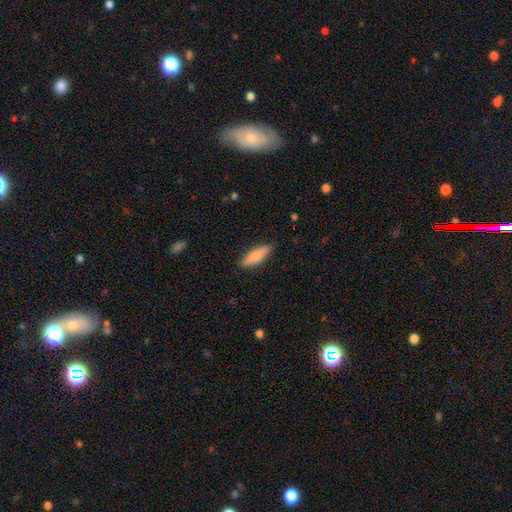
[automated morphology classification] This is clearly a smooth galaxy (82%). How rounded: possibly cigar-shaped (52%). Merging: clearly none (87%).